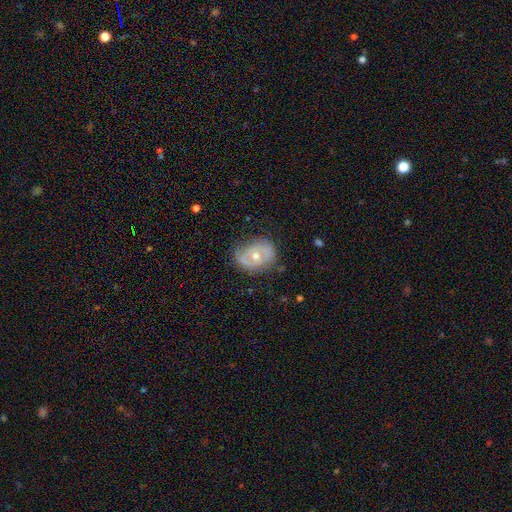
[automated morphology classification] type=featured or disk (65%); edge-on=no (95%); bar=no (70%); spiral arms=yes (59%); bulge=moderate (70%); merging=none (62%).